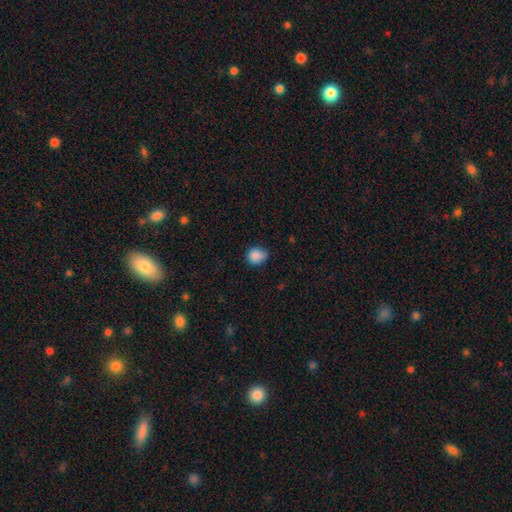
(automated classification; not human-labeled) Q: Smooth or featured?
A: smooth (87%); runner-up: star or artifact (9%)
Q: How rounded?
A: round (69%); runner-up: in between (30%)
Q: Merging?
A: none (62%); runner-up: minor disturbance (31%)